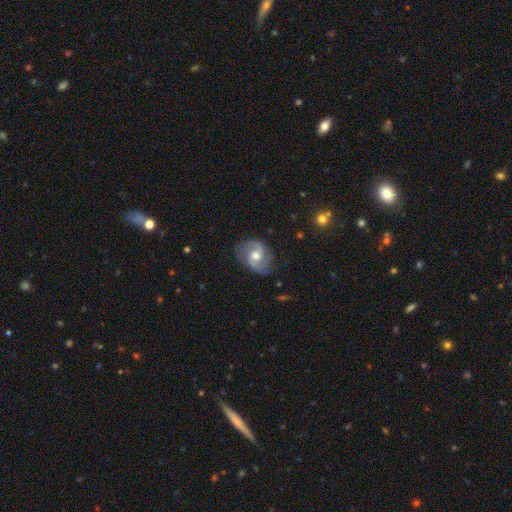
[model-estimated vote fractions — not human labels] This is clearly a featured or disk galaxy (86%). It is clearly not viewed edge-on (98%). Bar: possibly no (51%). Spiral arm pattern: clearly yes (97%). Spiral arm count: clearly 2 (85%). Spiral winding: possibly medium (54%). Central bulge: likely moderate (72%). Merging: likely none (76%).